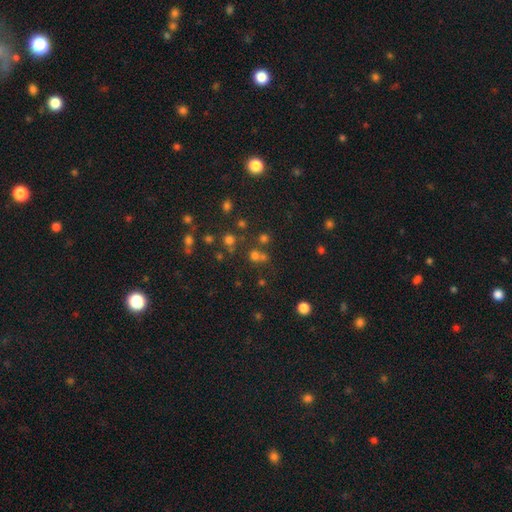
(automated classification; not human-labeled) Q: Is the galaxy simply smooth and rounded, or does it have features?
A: smooth — 51%.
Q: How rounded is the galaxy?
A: round — 86%.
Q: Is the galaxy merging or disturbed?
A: none — 61%.